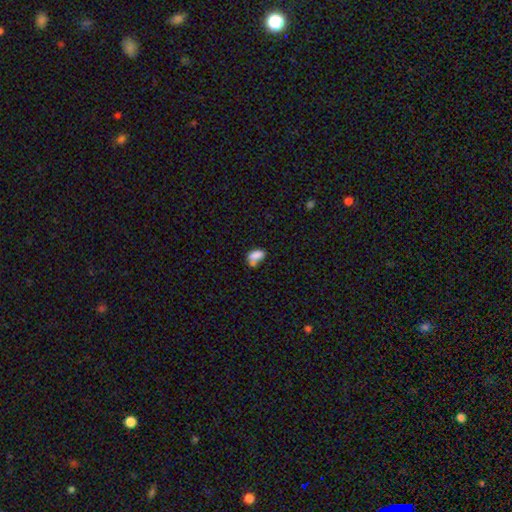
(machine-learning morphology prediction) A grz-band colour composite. It shows a smooth galaxy with no disk features (80%) that is in between round and cigar-shaped (88%). Merging: none (34%).